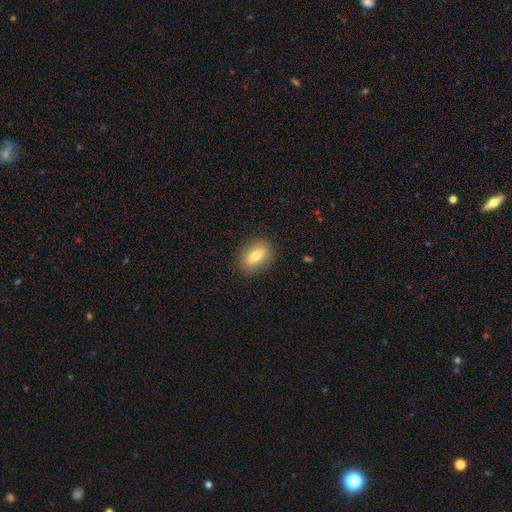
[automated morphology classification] The model was most divided on "smooth or featured": smooth: 72%, featured or disk: 20%, star or artifact: 8%. More confident: merging — none (87%); how rounded — in between (79%).